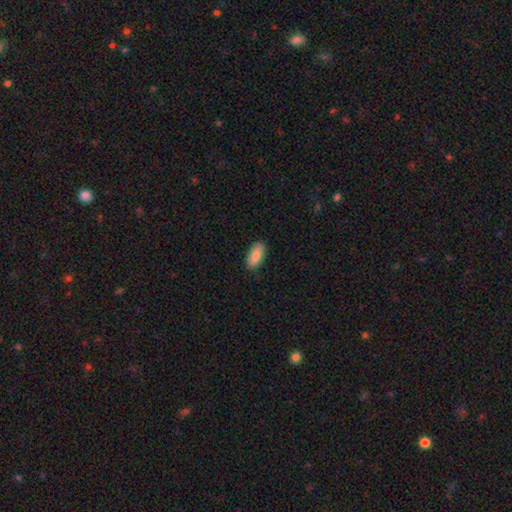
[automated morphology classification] A smooth galaxy with no disk features (86%) that is in between round and cigar-shaped (89%).

Vote fractions:
- Smooth or featured? smooth: 86% / featured or disk: 8% / star or artifact: 6%
- How rounded? in between: 89% / cigar-shaped: 8% / round: 2%
- Merging? none: 86% / minor disturbance: 11% / major disturbance: 2% / merger: 1%